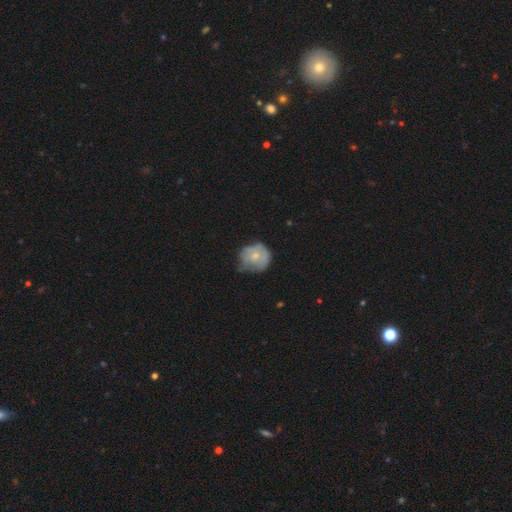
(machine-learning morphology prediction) This is possibly a smooth galaxy (55%). How rounded: likely round (79%). Merging: marginally none (44%).